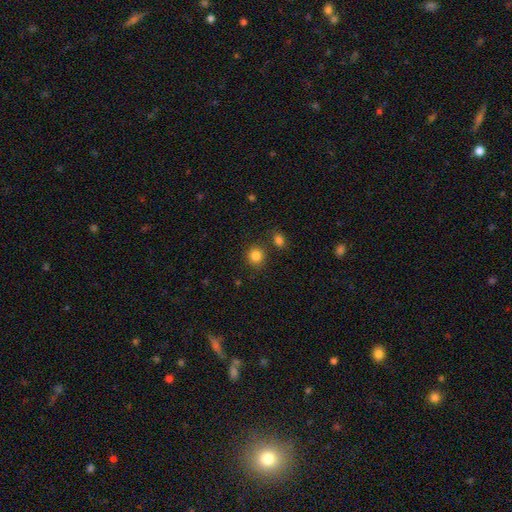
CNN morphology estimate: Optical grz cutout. It shows a smooth galaxy with no disk features (84%) that is round (87%). Merging: none (79%).